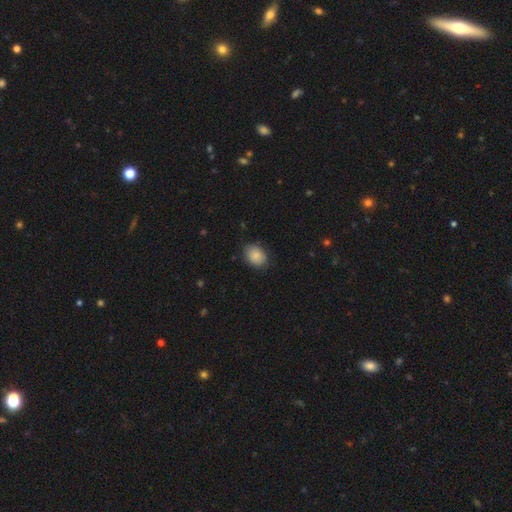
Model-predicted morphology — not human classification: Overall: smooth (87%). How rounded: in between (68%; round 31%). Merging: none (80%).